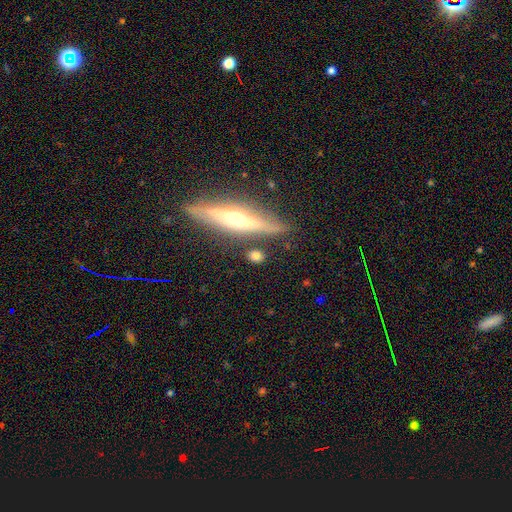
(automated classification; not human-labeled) smooth_or_featured: smooth (p=0.65) [alt: featured or disk p=0.25]
how_rounded: round (p=0.46) [alt: in between p=0.30]
merging: none (p=0.81) [alt: minor disturbance p=0.10]